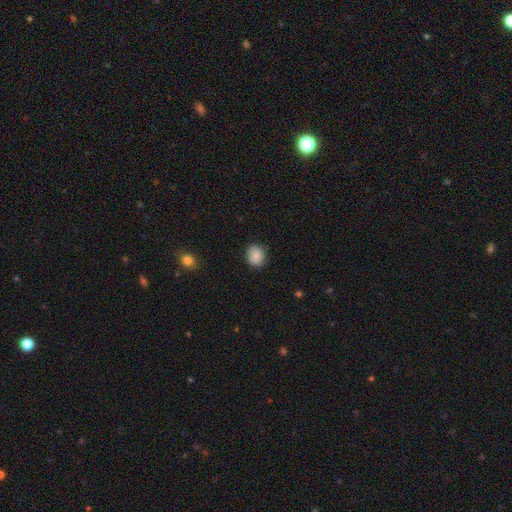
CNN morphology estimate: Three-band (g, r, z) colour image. It shows a smooth galaxy with no disk features (88%) that is round (57%). Merging: none (85%).